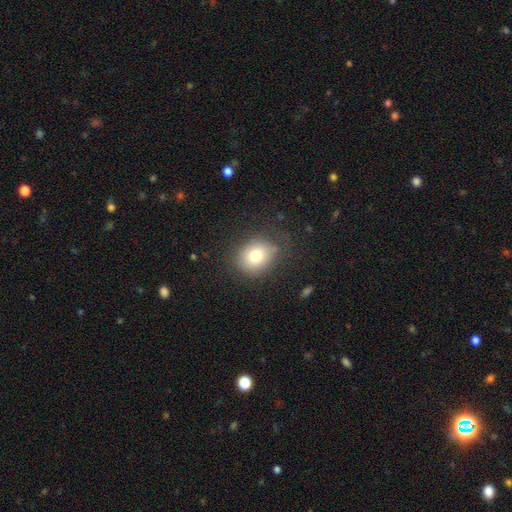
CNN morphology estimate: Smooth or featured?
  - smooth: 76% *
  - featured or disk: 12%
  - star or artifact: 12%
How rounded?
  - round: 69% *
  - in between: 30%
  - cigar-shaped: 1%
Merging?
  - none: 75% *
  - minor disturbance: 16%
  - major disturbance: 7%
  - merger: 2%